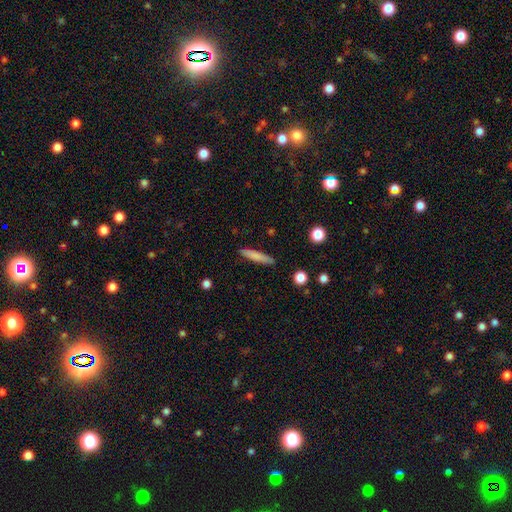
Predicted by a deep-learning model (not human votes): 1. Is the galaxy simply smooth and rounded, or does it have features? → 78% smooth, 15% featured or disk, 7% star or artifact.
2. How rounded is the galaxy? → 89% cigar-shaped, 9% in between, 1% round.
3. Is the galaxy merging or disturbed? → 87% none, 9% minor disturbance, 2% major disturbance, 2% merger.